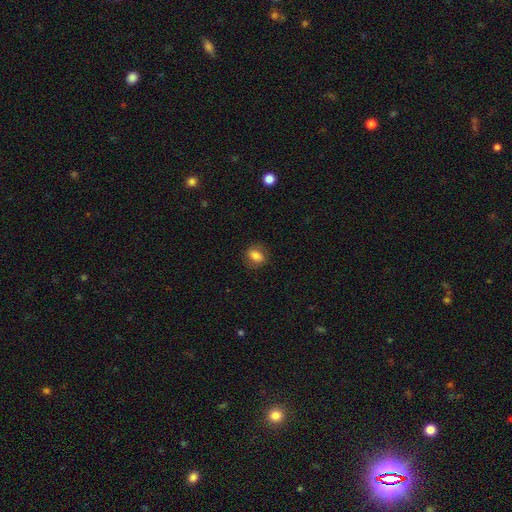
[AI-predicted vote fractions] Smooth or featured? Predicted: smooth (p=0.79). How rounded? Predicted: in between (p=0.69). Merging? Predicted: none (p=0.80).